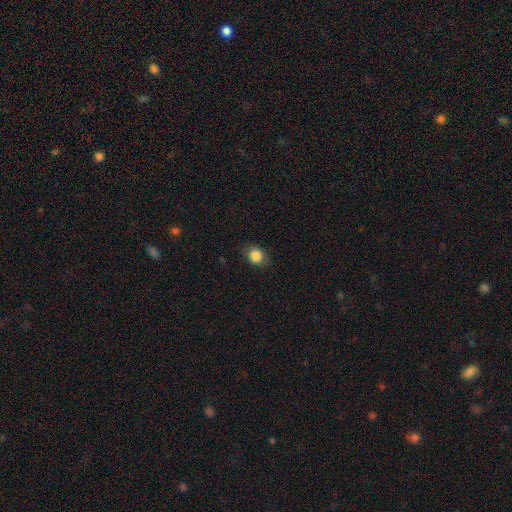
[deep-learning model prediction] Q: Smooth or featured?
A: smooth (84%); runner-up: star or artifact (9%)
Q: How rounded?
A: in between (52%); runner-up: round (47%)
Q: Merging?
A: none (80%); runner-up: minor disturbance (15%)